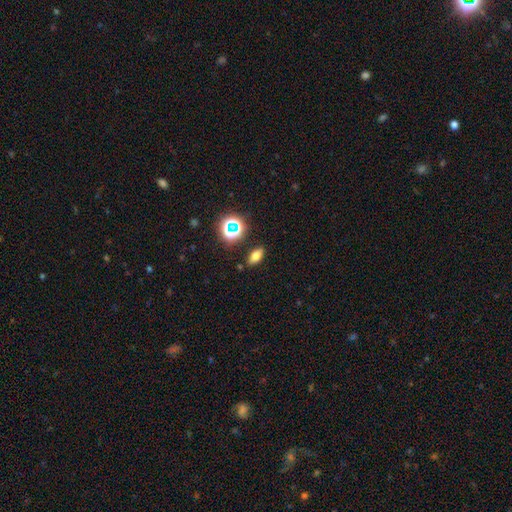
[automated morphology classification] This appears to be a smooth galaxy with no disk features (68%) that is in between round and cigar-shaped (80%). Merging: none (86%).